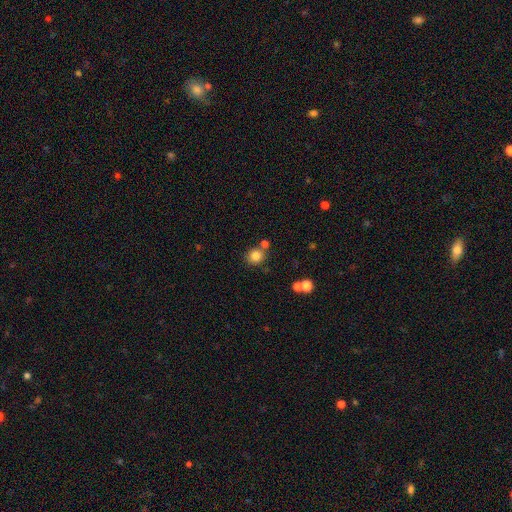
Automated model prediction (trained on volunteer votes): Smooth or featured: smooth — 82% (star or artifact — 12%)
How rounded: round — 85% (in between — 14%)
Merging: none — 70% (merger — 16%)